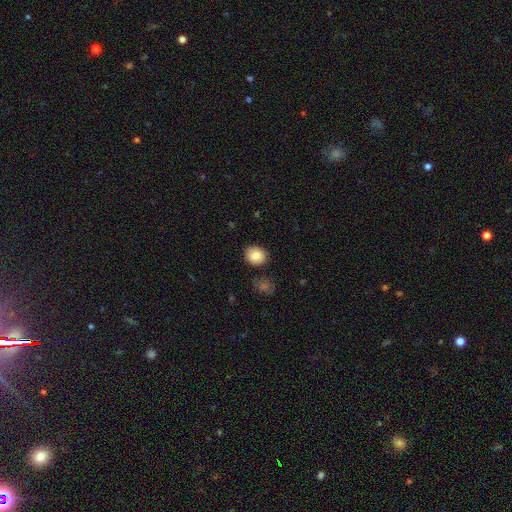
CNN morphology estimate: Q: Smooth or featured?
A: smooth (86%); runner-up: star or artifact (8%)
Q: How rounded?
A: round (73%); runner-up: in between (26%)
Q: Merging?
A: none (86%); runner-up: minor disturbance (9%)